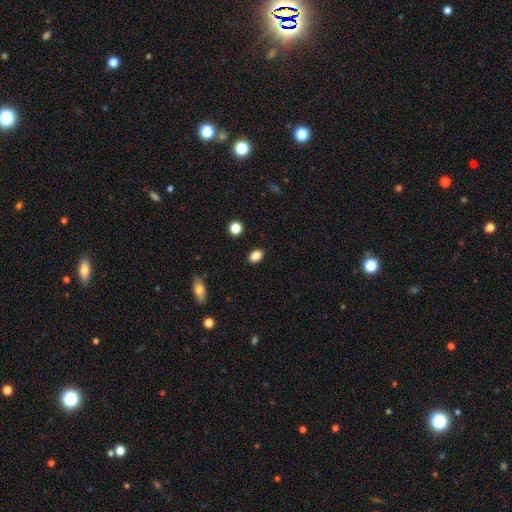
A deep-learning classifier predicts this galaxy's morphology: Q: Smooth or featured?
A: smooth (85%); runner-up: star or artifact (10%)
Q: How rounded?
A: in between (81%); runner-up: round (18%)
Q: Merging?
A: none (88%); runner-up: minor disturbance (9%)